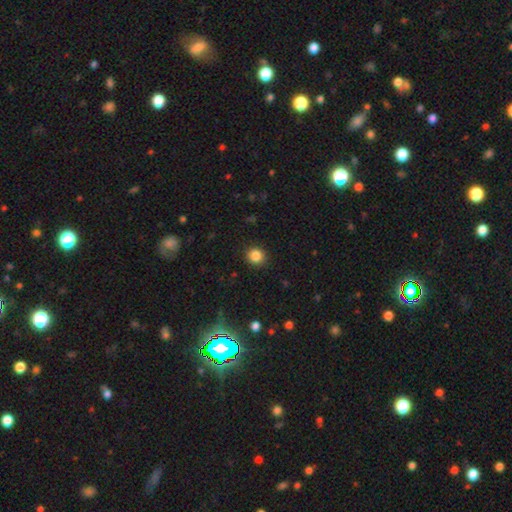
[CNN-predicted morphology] Smooth or featured? Predicted: smooth (p=0.85). How rounded? Predicted: round (p=0.88). Merging? Predicted: none (p=0.91).